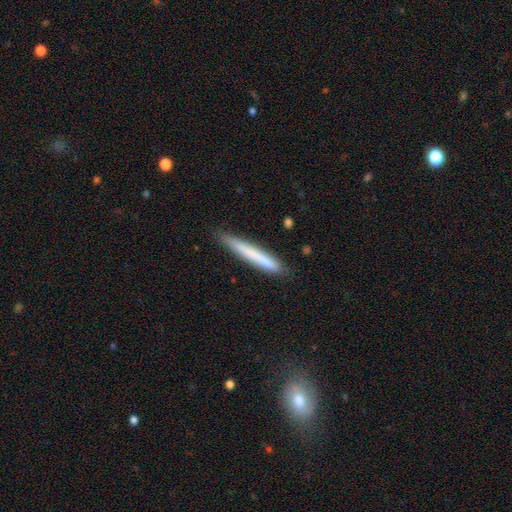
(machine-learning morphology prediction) smooth 71%, featured or disk 23%, star or artifact 6%. Down the decision tree: how rounded — cigar-shaped (96%); merging — none (88%).